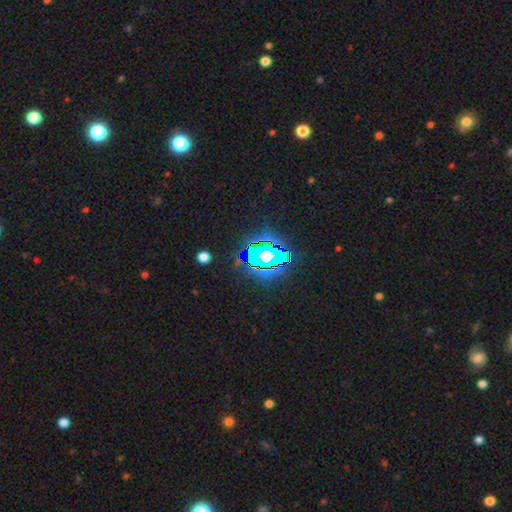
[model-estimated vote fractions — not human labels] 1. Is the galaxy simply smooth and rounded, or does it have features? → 83% star or artifact, 11% smooth, 7% featured or disk.